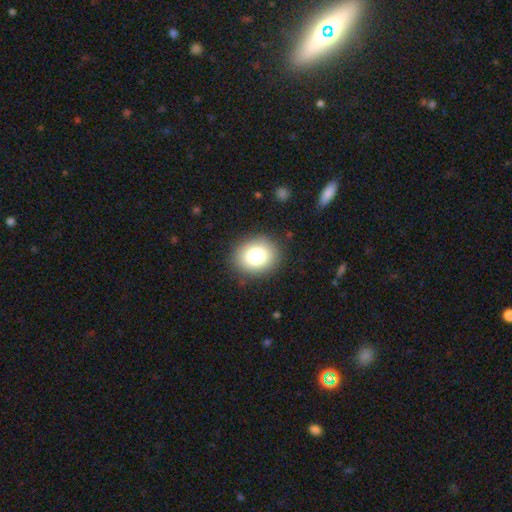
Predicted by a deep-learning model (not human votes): Smooth or featured? smooth (80%)
How rounded? round (63%)
Merging? none (87%)